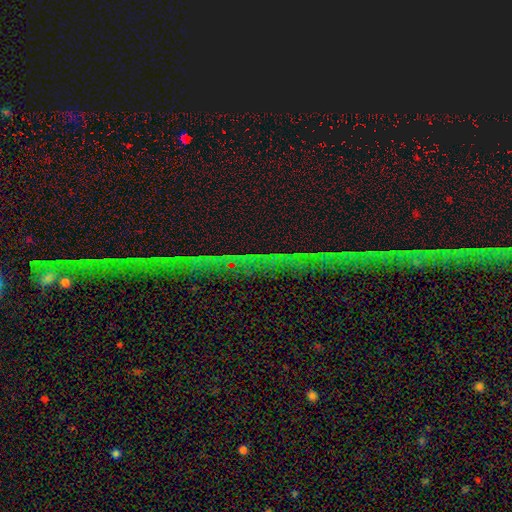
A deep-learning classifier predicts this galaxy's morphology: Smooth or featured: star or artifact — 79% (featured or disk — 12%)